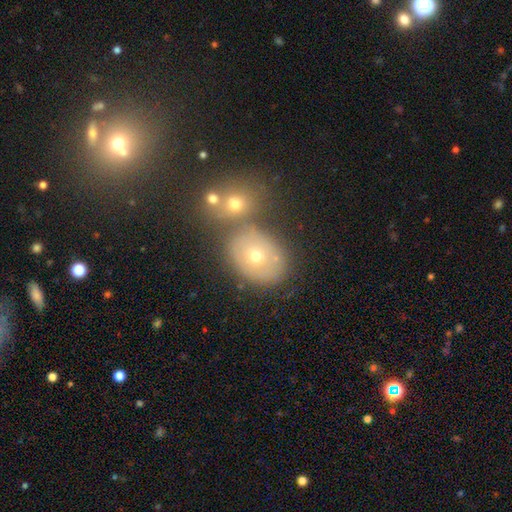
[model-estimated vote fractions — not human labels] Overall: smooth (43%; featured or disk 36%). Merging: none (67%).